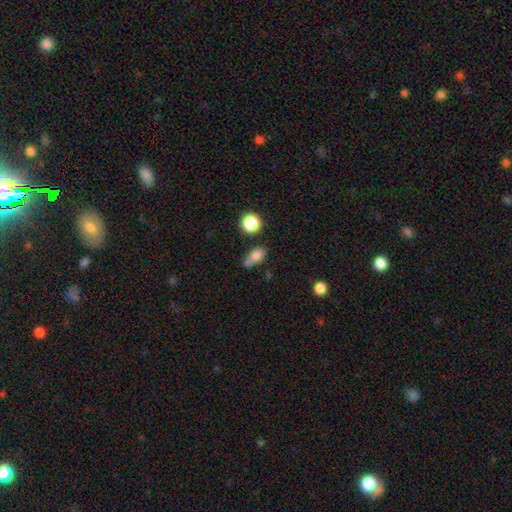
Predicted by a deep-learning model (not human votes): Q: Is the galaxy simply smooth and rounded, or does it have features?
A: smooth — 78%.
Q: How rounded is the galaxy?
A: in between — 67%.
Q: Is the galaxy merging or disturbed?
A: none — 44%.